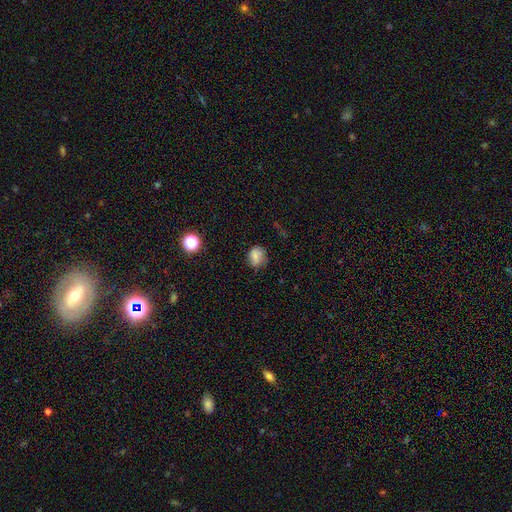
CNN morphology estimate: smooth 75%, star or artifact 13%, featured or disk 12%. Down the decision tree: how rounded — round (59%); merging — none (63%).